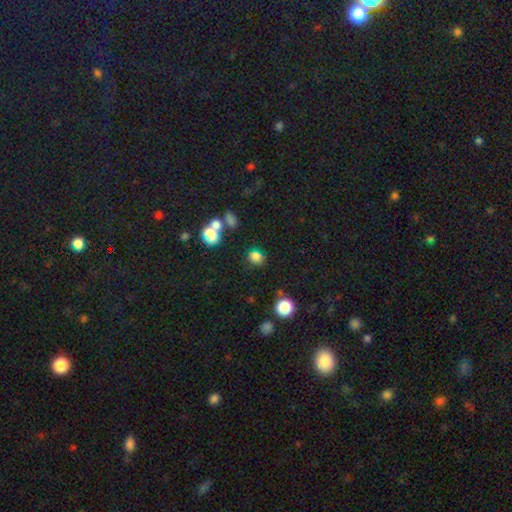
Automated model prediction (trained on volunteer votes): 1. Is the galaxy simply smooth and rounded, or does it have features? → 77% smooth, 17% star or artifact, 7% featured or disk.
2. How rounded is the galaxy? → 65% round, 34% in between, 1% cigar-shaped.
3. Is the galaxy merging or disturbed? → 68% none, 14% minor disturbance, 13% merger, 6% major disturbance.